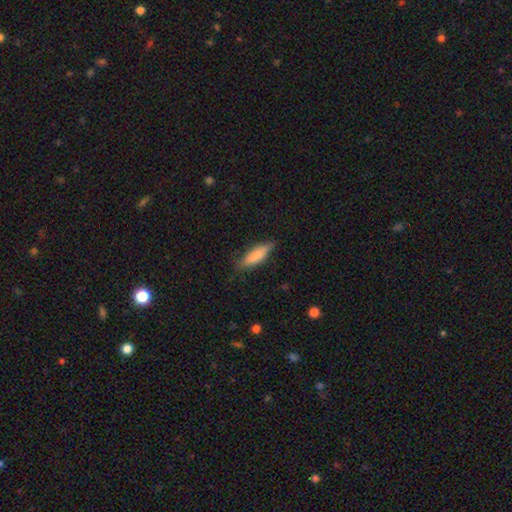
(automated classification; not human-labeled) Overall: smooth (74%). How rounded: cigar-shaped (57%; in between 42%). Merging: none (78%).